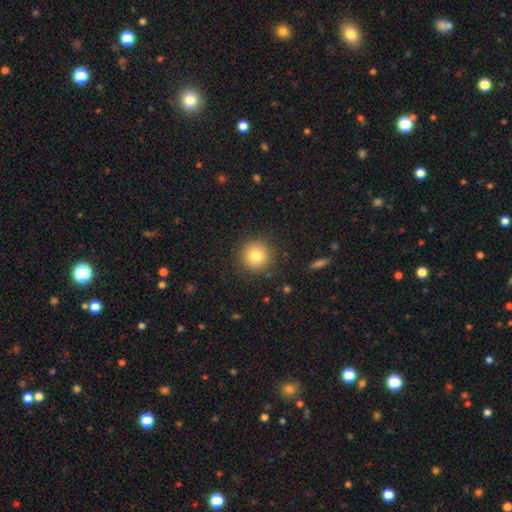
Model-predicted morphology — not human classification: smooth_or_featured: smooth (p=0.80) [alt: star or artifact p=0.11]
how_rounded: round (p=0.94) [alt: in between p=0.05]
merging: none (p=0.89) [alt: minor disturbance p=0.07]